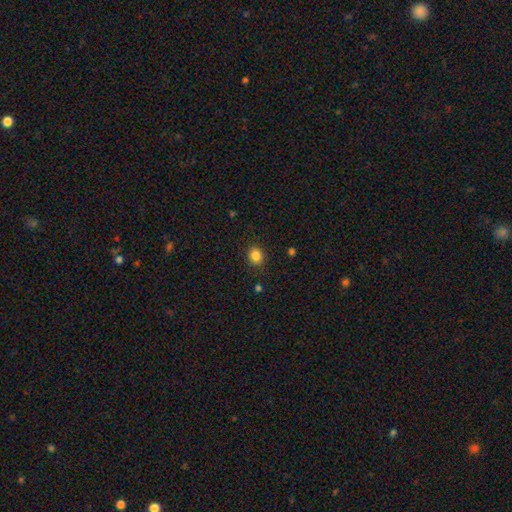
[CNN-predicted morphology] Smooth or featured: smooth — 85% (star or artifact — 11%)
How rounded: round — 68% (in between — 31%)
Merging: none — 88% (minor disturbance — 9%)